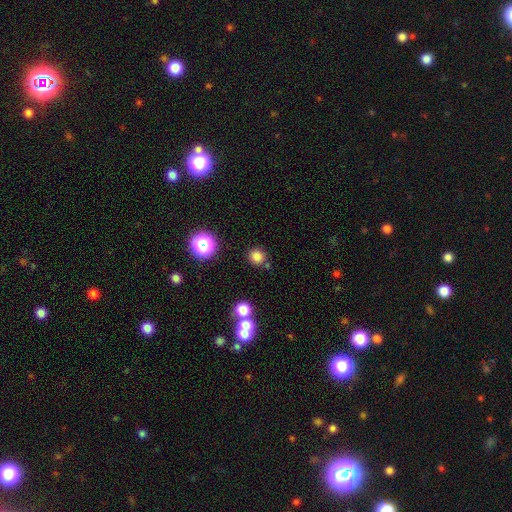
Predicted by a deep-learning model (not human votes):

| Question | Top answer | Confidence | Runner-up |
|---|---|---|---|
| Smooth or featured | smooth | 78% | star or artifact (17%) |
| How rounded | round | 92% | in between (7%) |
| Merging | none | 83% | minor disturbance (8%) |